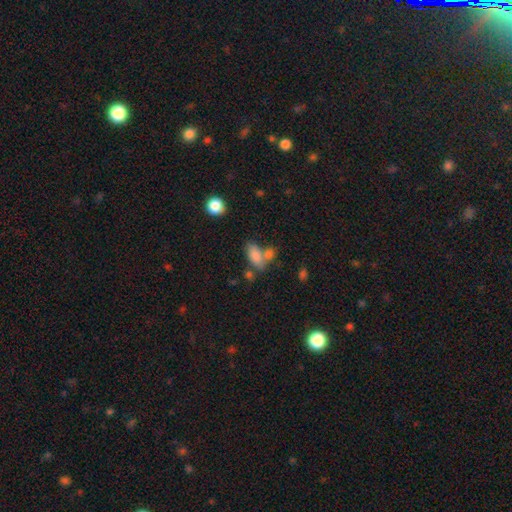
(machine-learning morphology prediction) type=smooth (81%); roundness=in between (89%); merging=none (42%).